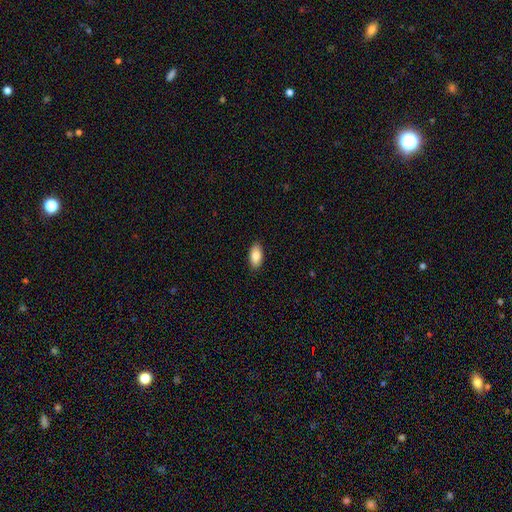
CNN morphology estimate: smooth_or_featured: smooth (p=0.85) [alt: featured or disk p=0.09]
how_rounded: in between (p=0.92) [alt: cigar-shaped p=0.05]
merging: none (p=0.89) [alt: minor disturbance p=0.08]